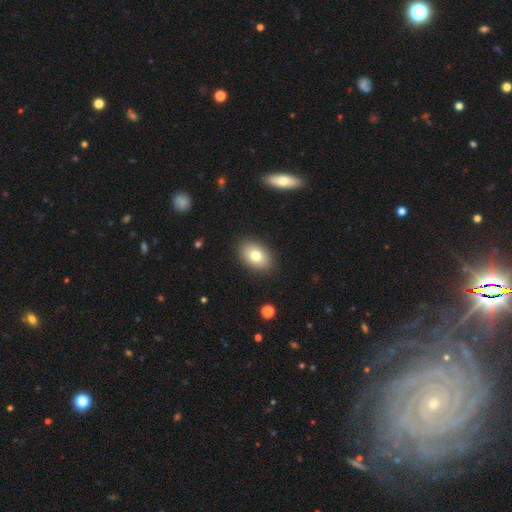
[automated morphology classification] Overall: smooth (77%). How rounded: in between (85%). Merging: none (88%).